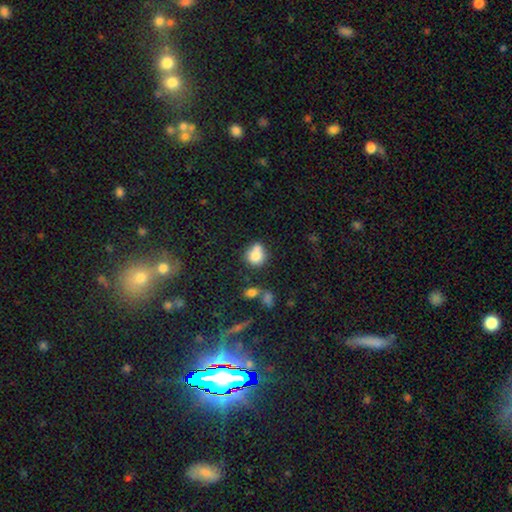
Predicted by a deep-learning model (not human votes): smooth 77%, featured or disk 12%, star or artifact 10%. Down the decision tree: how rounded — round (73%); merging — none (43%).